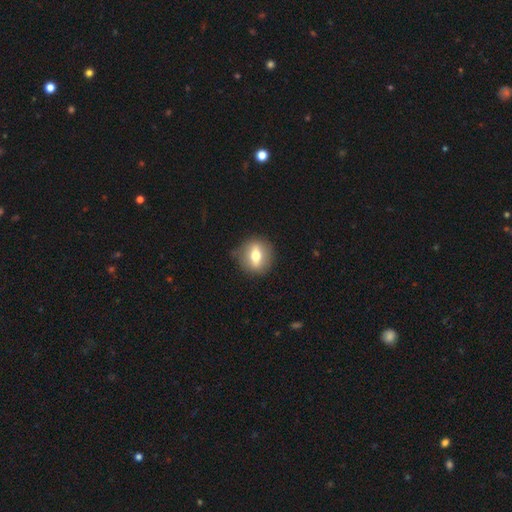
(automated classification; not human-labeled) smooth-or-featured: smooth: 51% | featured or disk: 40% | star or artifact: 8%
  how-rounded: round: 66% | in between: 30% | cigar-shaped: 4%
  merging: none: 83% | minor disturbance: 12% | major disturbance: 4% | merger: 1%